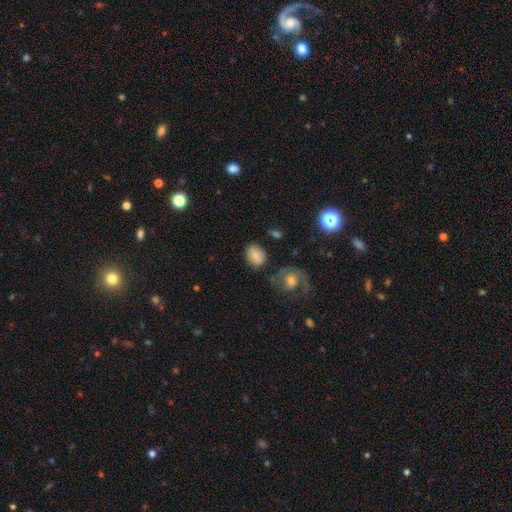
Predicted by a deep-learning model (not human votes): Q: Smooth or featured?
A: smooth (77%); runner-up: featured or disk (13%)
Q: How rounded?
A: in between (52%); runner-up: round (47%)
Q: Merging?
A: none (72%); runner-up: minor disturbance (17%)